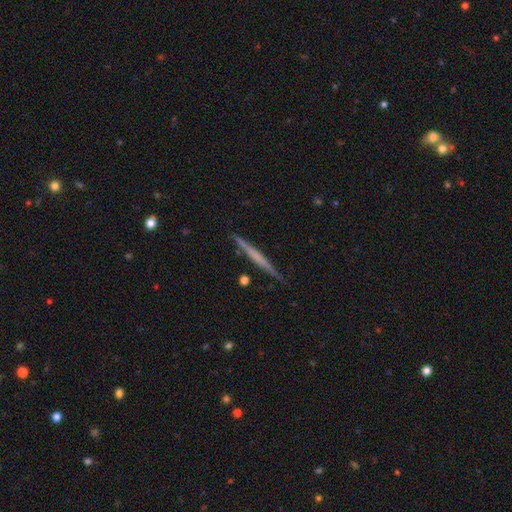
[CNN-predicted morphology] Smooth or featured: featured or disk — 57% (smooth — 37%)
Edge-on disk: yes — 98% (no — 2%)
Edge-on bulge: none — 78% (rounded — 13%)
Merging: none — 89% (minor disturbance — 8%)